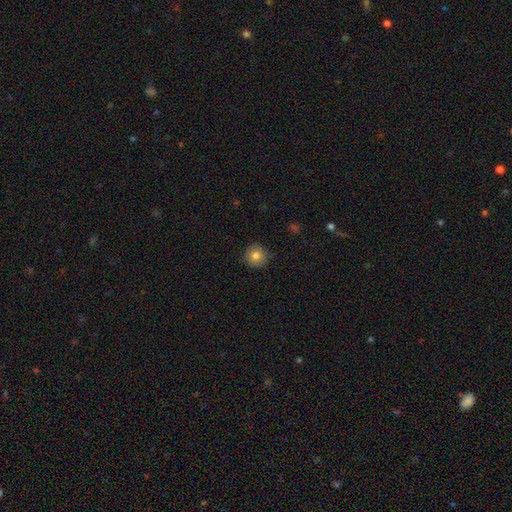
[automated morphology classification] Overall: smooth (80%). How rounded: round (94%). Merging: none (87%).